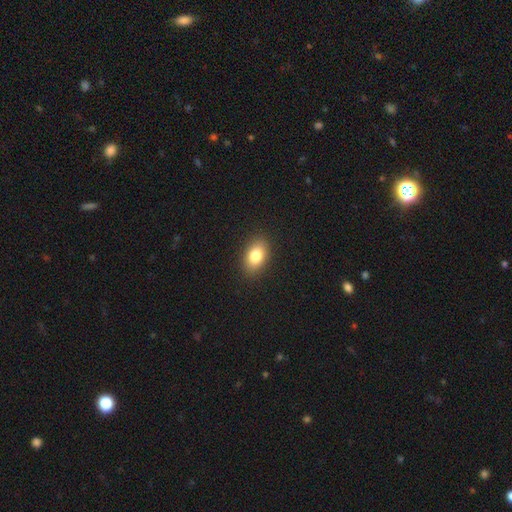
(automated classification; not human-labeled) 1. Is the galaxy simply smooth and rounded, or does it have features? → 82% smooth, 9% featured or disk, 8% star or artifact.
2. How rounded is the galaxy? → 87% in between, 11% round, 2% cigar-shaped.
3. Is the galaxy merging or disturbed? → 89% none, 8% minor disturbance, 2% major disturbance, 1% merger.